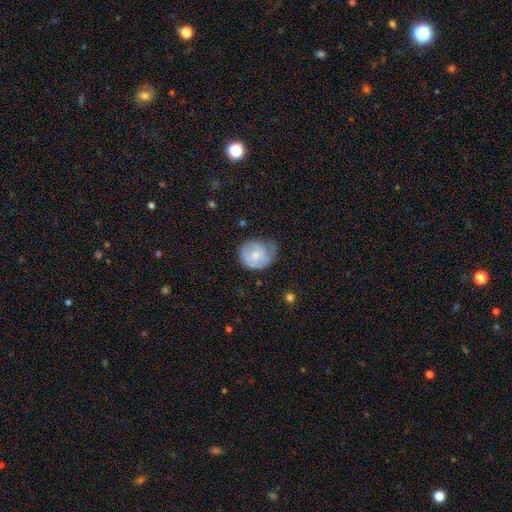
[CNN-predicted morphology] Smooth or featured: smooth — 55% (featured or disk — 38%)
How rounded: round — 73% (in between — 26%)
Merging: none — 42% (minor disturbance — 39%)